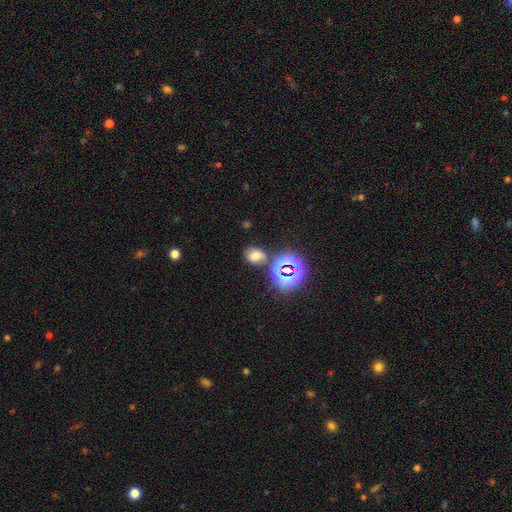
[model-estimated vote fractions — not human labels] The model was most divided on "how rounded": in between: 61%, round: 38%, cigar-shaped: 1%. More confident: merging — none (65%); smooth or featured — smooth (60%).